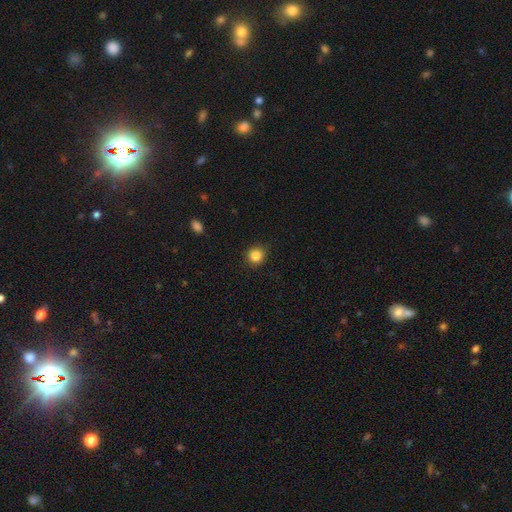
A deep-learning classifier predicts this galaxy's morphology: smooth_or_featured: smooth (p=0.85) [alt: star or artifact p=0.11]
how_rounded: round (p=0.88) [alt: in between p=0.11]
merging: none (p=0.88) [alt: minor disturbance p=0.09]